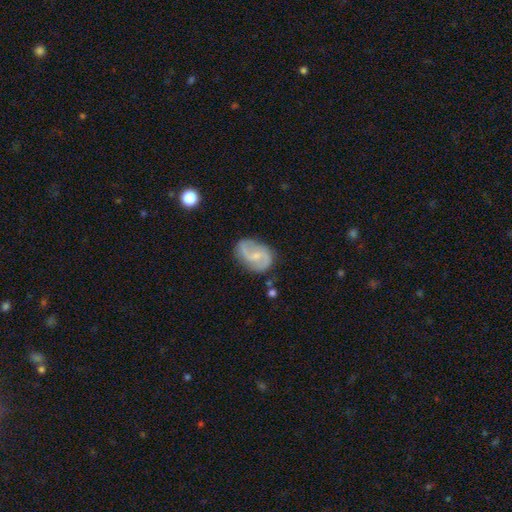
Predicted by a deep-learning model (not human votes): Smooth or featured: featured or disk — 79% (smooth — 16%)
Edge-on disk: no — 98% (yes — 2%)
Bar: weak — 50% (no — 38%)
Spiral arms: yes — 93% (no — 7%)
Spiral winding: loose — 43% (medium — 42%)
Spiral arm count: 2 — 89% (can't tell — 5%)
Bulge size: small — 62% (moderate — 28%)
Merging: none — 75% (minor disturbance — 18%)